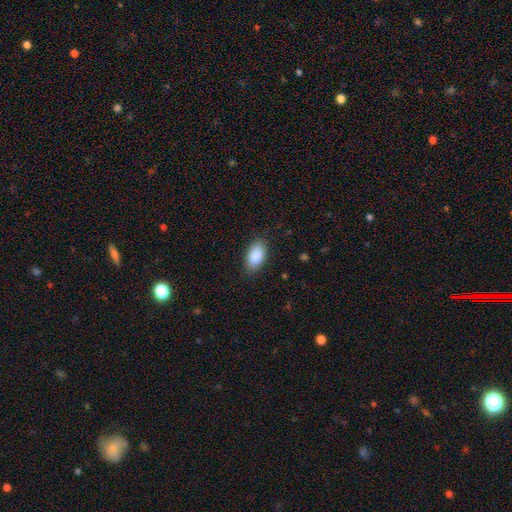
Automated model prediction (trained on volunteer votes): smooth 89%, star or artifact 6%, featured or disk 5%. Down the decision tree: how rounded — in between (94%); merging — none (84%).